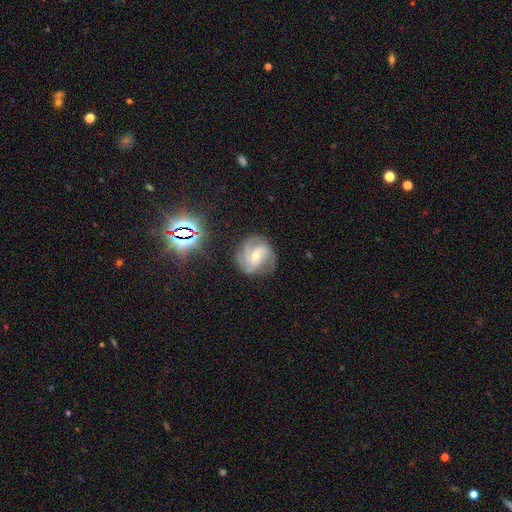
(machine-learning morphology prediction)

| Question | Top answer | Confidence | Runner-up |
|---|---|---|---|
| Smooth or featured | featured or disk | 81% | star or artifact (10%) |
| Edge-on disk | no | 98% | yes (2%) |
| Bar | no | 43% | weak (37%) |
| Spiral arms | yes | 97% | no (3%) |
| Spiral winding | tight | 49% | medium (42%) |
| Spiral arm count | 3 | 49% | 2 (23%) |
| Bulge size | small | 50% | moderate (46%) |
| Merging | none | 76% | minor disturbance (17%) |